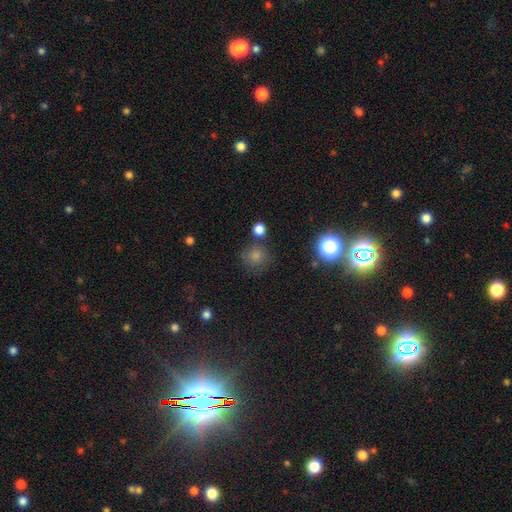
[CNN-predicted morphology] This appears to be a smooth galaxy with no disk features (75%) that is round (89%). Merging: none (70%).